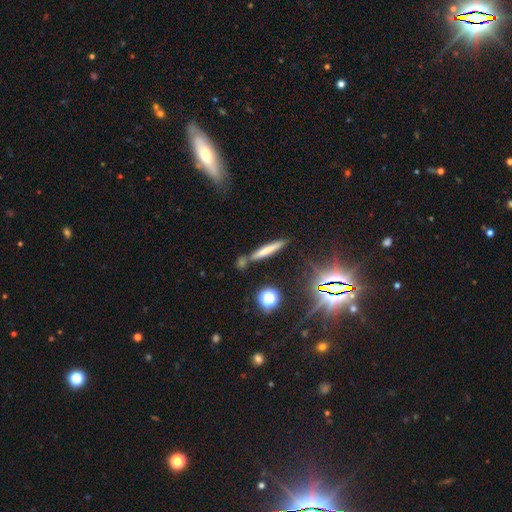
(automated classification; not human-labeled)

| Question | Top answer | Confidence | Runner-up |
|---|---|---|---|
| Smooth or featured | smooth | 41% | star or artifact (30%) |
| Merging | none | 80% | minor disturbance (12%) |